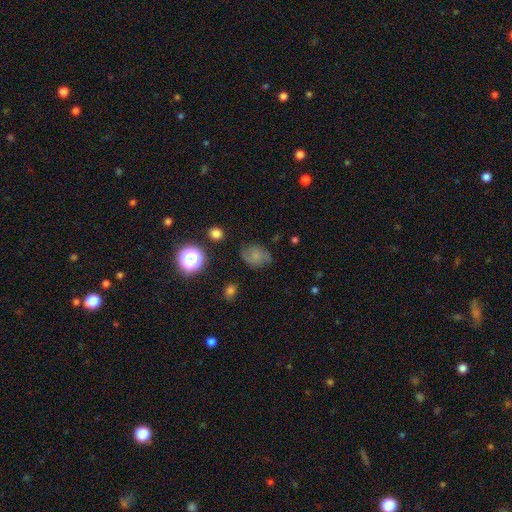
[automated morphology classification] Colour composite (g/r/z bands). It shows a smooth galaxy with no disk features (61%) that is in between round and cigar-shaped (63%). Merging: none (67%).